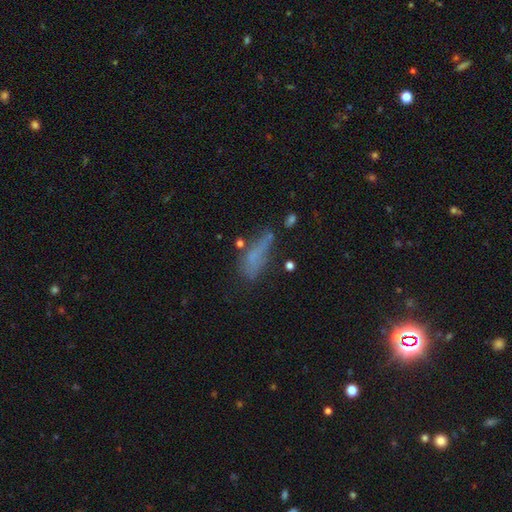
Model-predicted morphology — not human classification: A smooth galaxy with no disk features (54%) that is in between round and cigar-shaped (49%). Merging: none (37%).